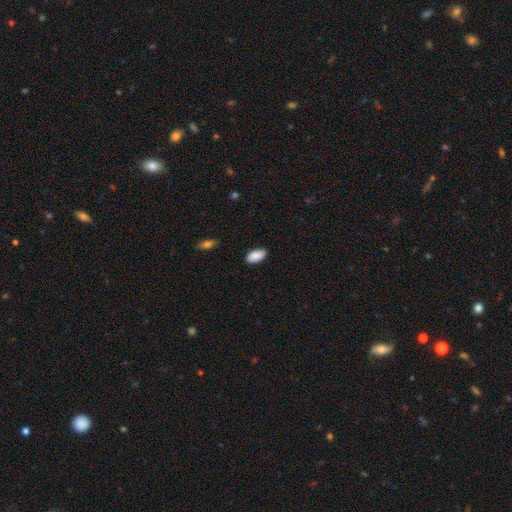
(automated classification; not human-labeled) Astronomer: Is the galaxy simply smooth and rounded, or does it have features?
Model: smooth — 89%.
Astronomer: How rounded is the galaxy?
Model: in between — 93%.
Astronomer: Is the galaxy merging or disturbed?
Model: none — 87%.